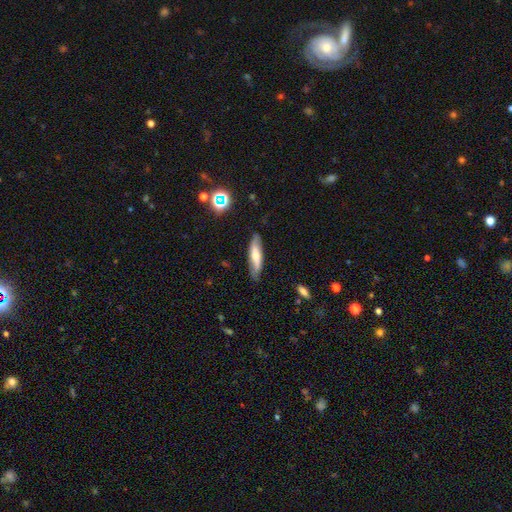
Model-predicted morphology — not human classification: This appears to be a smooth galaxy with no disk features (53%) that is cigar-shaped (72%). Merging: none (82%).